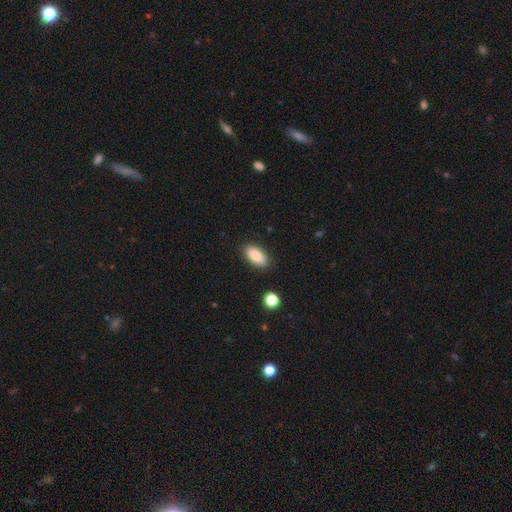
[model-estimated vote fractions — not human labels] Q: Smooth or featured?
A: smooth (84%); runner-up: featured or disk (8%)
Q: How rounded?
A: in between (88%); runner-up: cigar-shaped (9%)
Q: Merging?
A: none (87%); runner-up: minor disturbance (9%)